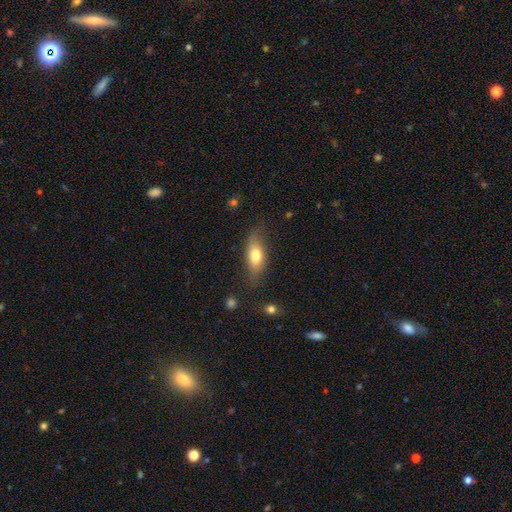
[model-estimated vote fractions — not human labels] smooth_or_featured: smooth (p=0.71) [alt: featured or disk p=0.22]
how_rounded: in between (p=0.73) [alt: cigar-shaped p=0.22]
merging: none (p=0.74) [alt: minor disturbance p=0.19]